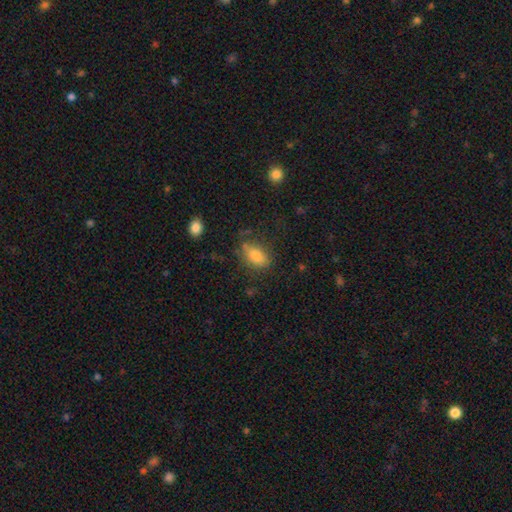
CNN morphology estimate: smooth-or-featured: smooth: 80% | featured or disk: 11% | star or artifact: 9%
  how-rounded: in between: 87% | round: 8% | cigar-shaped: 5%
  merging: none: 70% | minor disturbance: 20% | major disturbance: 7% | merger: 3%